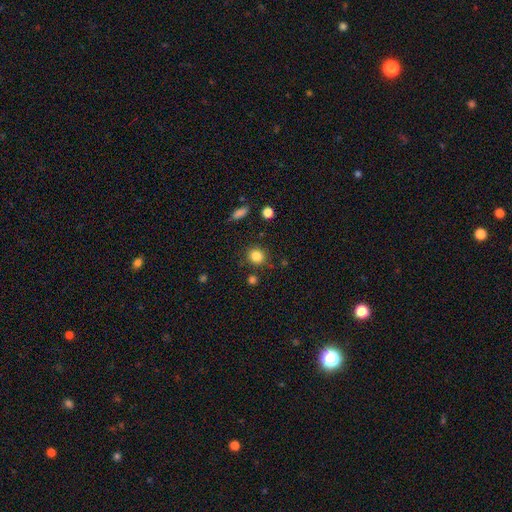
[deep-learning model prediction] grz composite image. It shows a smooth galaxy with no disk features (85%) that is round (86%). Merging: none (84%).